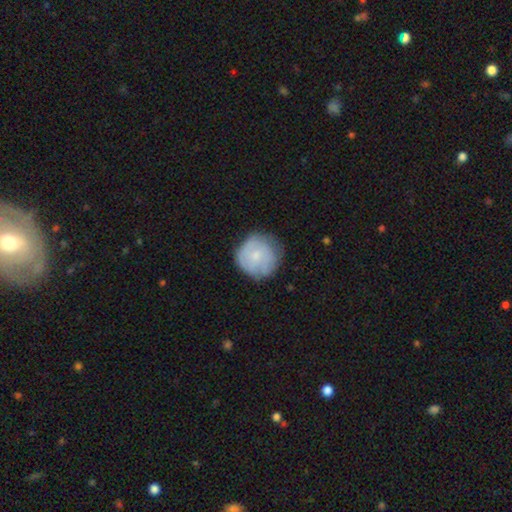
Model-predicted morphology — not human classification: Smooth or featured? Predicted: smooth (p=0.64). How rounded? Predicted: round (p=0.92). Merging? Predicted: none (p=0.65).